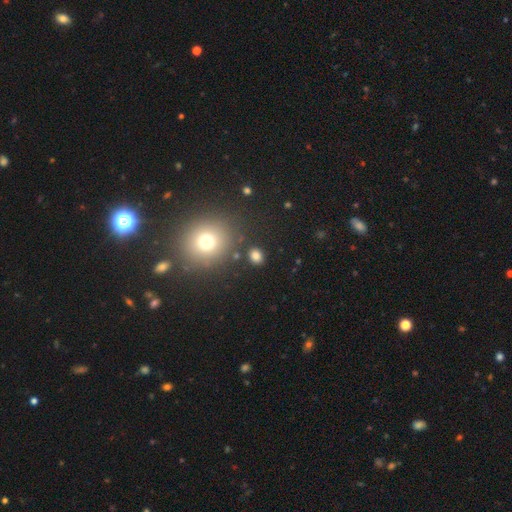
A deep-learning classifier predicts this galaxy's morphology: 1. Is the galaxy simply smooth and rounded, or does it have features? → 78% smooth, 16% star or artifact, 6% featured or disk.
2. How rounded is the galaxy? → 59% round, 40% in between, 1% cigar-shaped.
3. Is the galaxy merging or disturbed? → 84% none, 8% minor disturbance, 4% merger, 3% major disturbance.